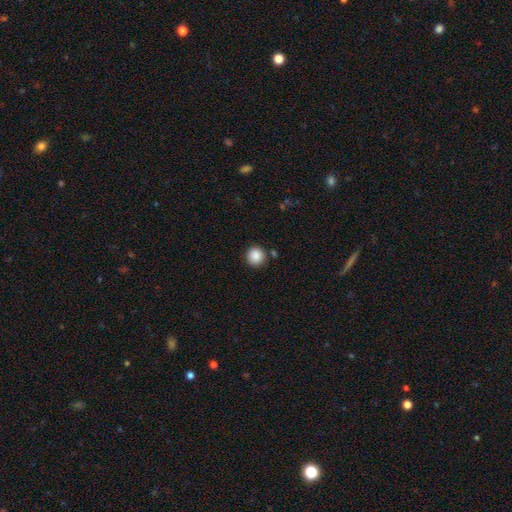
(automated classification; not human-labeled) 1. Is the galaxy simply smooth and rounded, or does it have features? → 88% smooth, 9% star or artifact, 3% featured or disk.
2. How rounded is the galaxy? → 95% round, 5% in between, 1% cigar-shaped.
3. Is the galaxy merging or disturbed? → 88% none, 7% minor disturbance, 4% merger, 2% major disturbance.